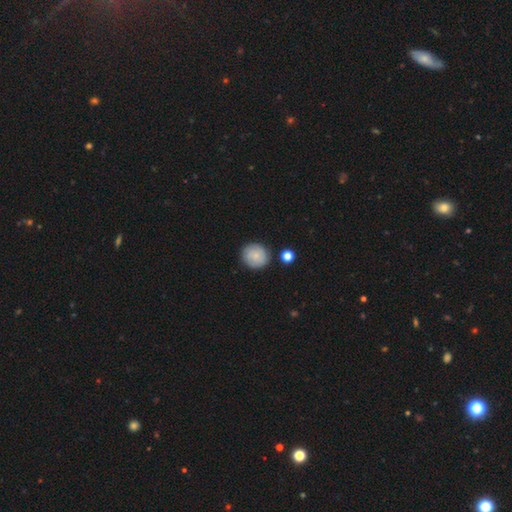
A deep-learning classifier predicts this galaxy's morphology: This appears to be a smooth galaxy with no disk features (71%) that is round (88%). Merging: none (84%).